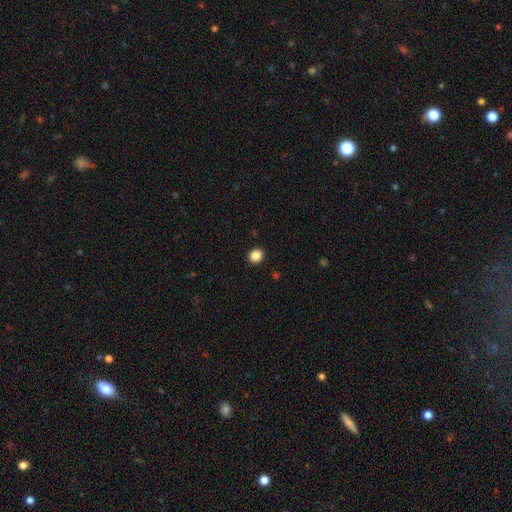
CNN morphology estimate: smooth_or_featured: smooth (p=0.87) [alt: star or artifact p=0.10]
how_rounded: round (p=0.73) [alt: in between p=0.26]
merging: none (p=0.92) [alt: minor disturbance p=0.05]